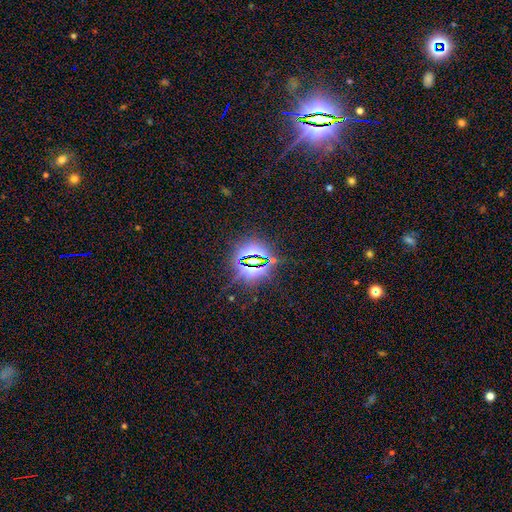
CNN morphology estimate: This appears to be a star or artifact, not a galaxy (80%).